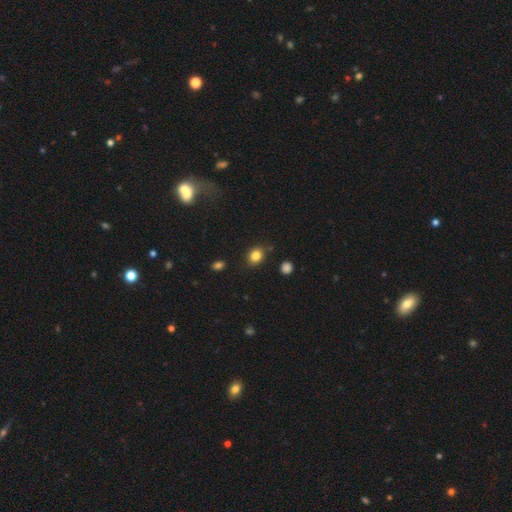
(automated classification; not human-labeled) This is clearly a smooth galaxy (83%). How rounded: possibly round (57%). Merging: clearly none (84%).